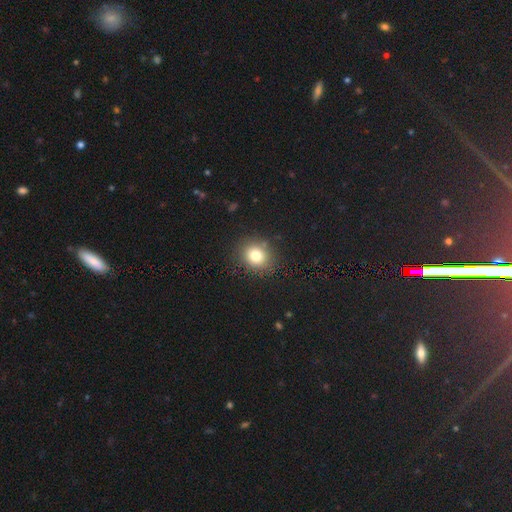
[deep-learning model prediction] The model was most divided on "how rounded": round: 73%, in between: 26%, cigar-shaped: 1%. More confident: merging — none (86%); smooth or featured — smooth (79%).